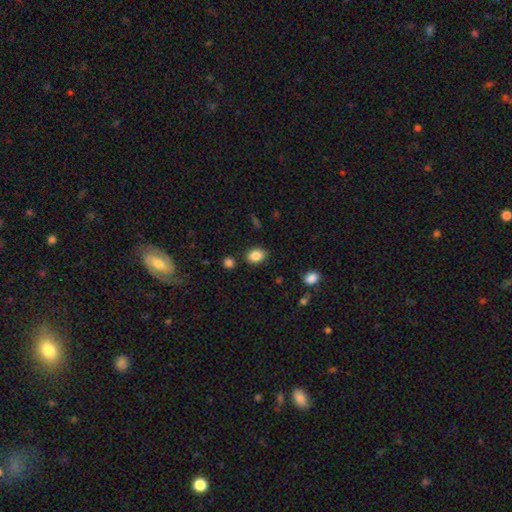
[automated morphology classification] The model was most divided on "how rounded": in between: 67%, round: 32%, cigar-shaped: 1%. More confident: smooth or featured — smooth (86%); merging — none (83%).